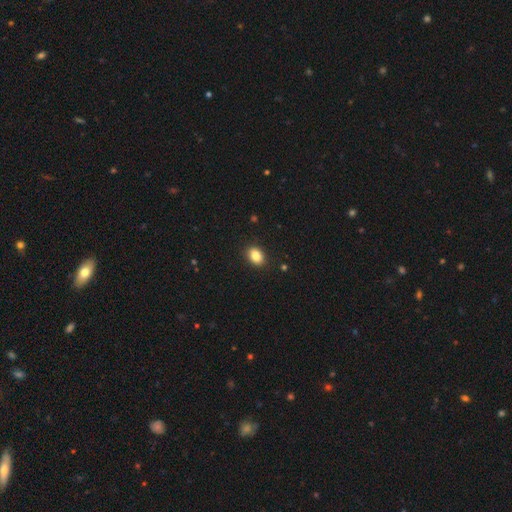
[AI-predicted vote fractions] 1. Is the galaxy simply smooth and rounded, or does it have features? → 84% smooth, 9% star or artifact, 7% featured or disk.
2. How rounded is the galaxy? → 75% in between, 24% round, 1% cigar-shaped.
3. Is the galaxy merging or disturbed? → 90% none, 8% minor disturbance, 2% major disturbance, 1% merger.